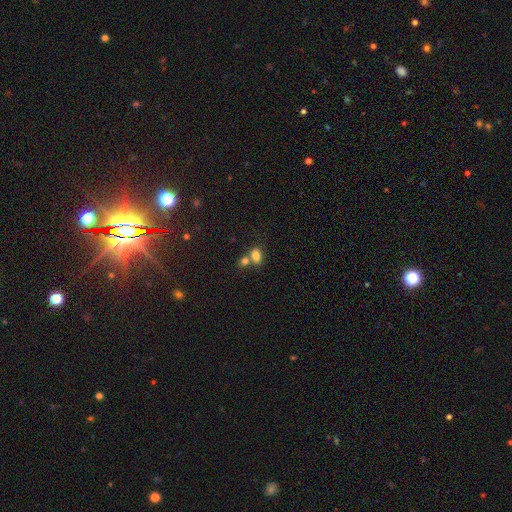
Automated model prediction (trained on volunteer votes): smooth_or_featured: smooth (p=0.81) [alt: star or artifact p=0.11]
how_rounded: in between (p=0.73) [alt: round p=0.25]
merging: merger (p=0.45) [alt: none p=0.42]